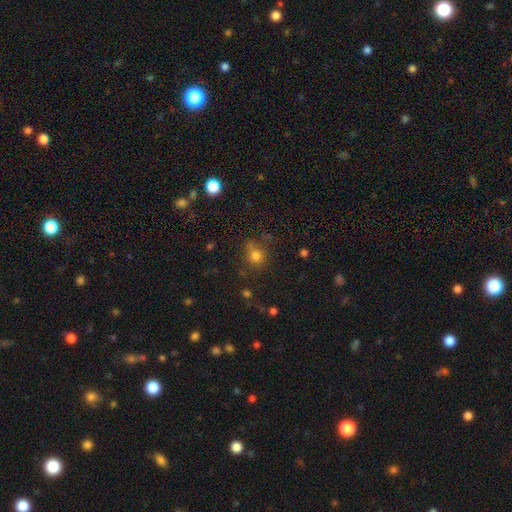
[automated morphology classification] Smooth or featured: smooth — 75% (star or artifact — 18%)
How rounded: round — 84% (in between — 15%)
Merging: none — 67% (minor disturbance — 15%)